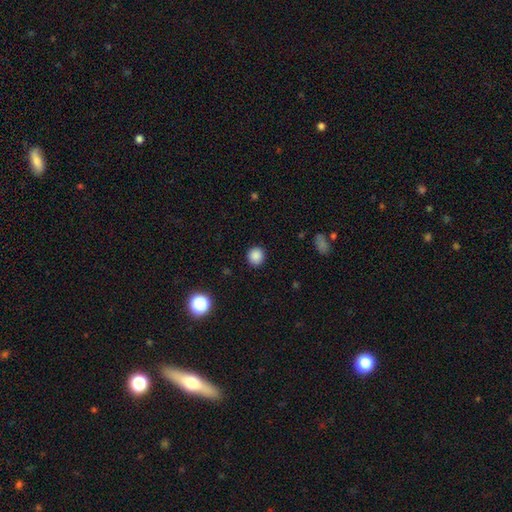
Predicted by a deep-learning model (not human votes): Q: Smooth or featured?
A: smooth (87%); runner-up: star or artifact (11%)
Q: How rounded?
A: round (90%); runner-up: in between (9%)
Q: Merging?
A: none (91%); runner-up: minor disturbance (6%)